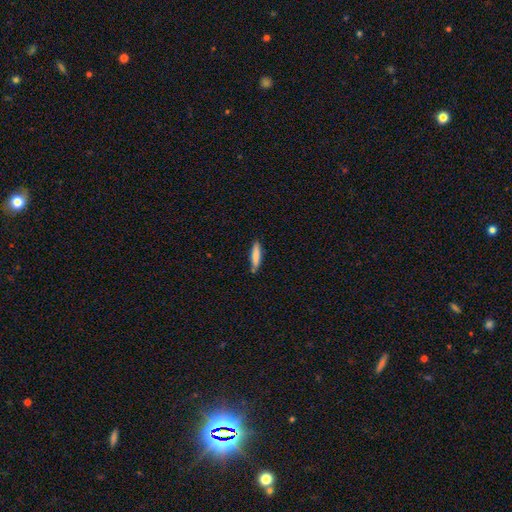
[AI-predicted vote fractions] A smooth galaxy with no disk features (82%) that is cigar-shaped (82%).

Vote fractions:
- Smooth or featured? smooth: 82% / featured or disk: 13% / star or artifact: 6%
- How rounded? cigar-shaped: 82% / in between: 17% / round: 1%
- Merging? none: 80% / minor disturbance: 14% / merger: 4% / major disturbance: 2%